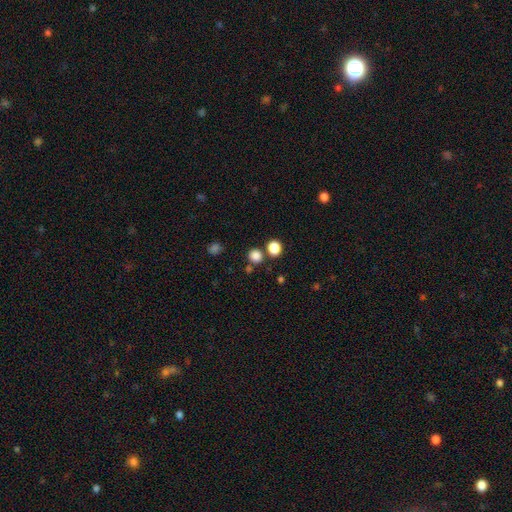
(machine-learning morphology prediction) Smooth or featured: smooth — 82% (star or artifact — 14%)
How rounded: round — 85% (in between — 14%)
Merging: none — 77% (merger — 13%)